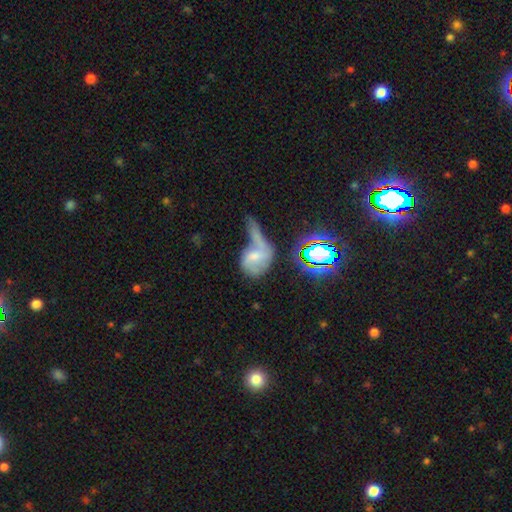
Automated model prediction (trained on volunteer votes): This appears to be a featured or disk galaxy (48%). Merging: merger (41%).